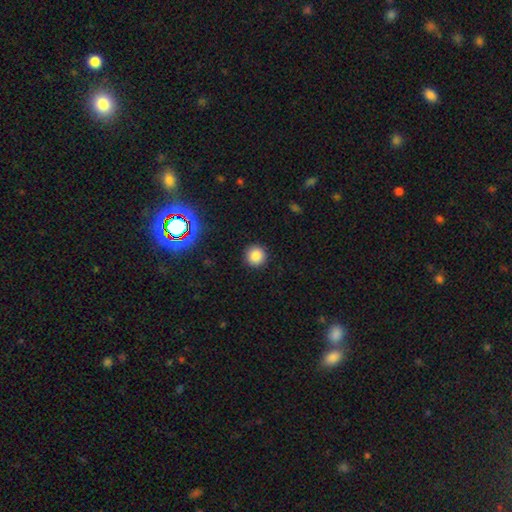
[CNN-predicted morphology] A smooth galaxy with no disk features (84%) that is round (95%). Merging: none (92%).